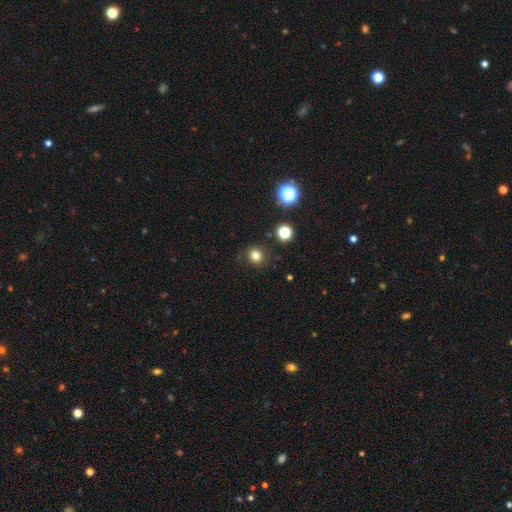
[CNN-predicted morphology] Overall: smooth (79%). How rounded: round (87%). Merging: none (89%).